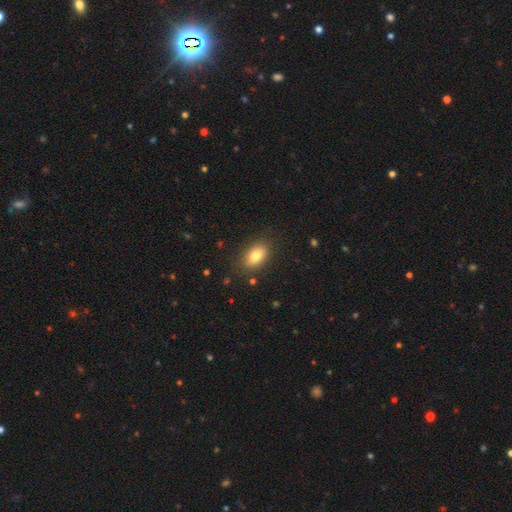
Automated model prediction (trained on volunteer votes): The model was most divided on "smooth or featured": smooth: 81%, featured or disk: 11%, star or artifact: 8%. More confident: how rounded — in between (89%); merging — none (85%).